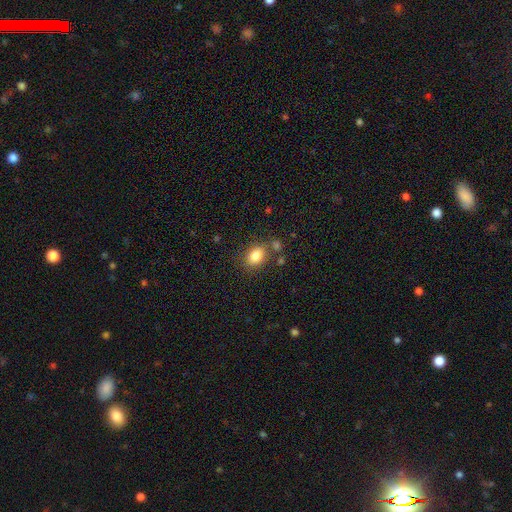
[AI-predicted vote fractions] smooth 83%, star or artifact 10%, featured or disk 7%. Down the decision tree: how rounded — in between (69%); merging — none (74%).